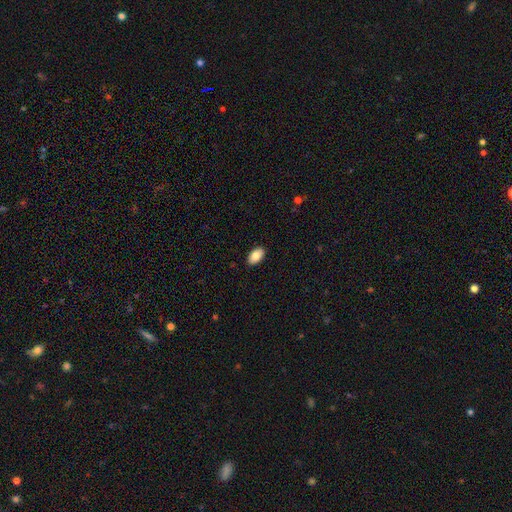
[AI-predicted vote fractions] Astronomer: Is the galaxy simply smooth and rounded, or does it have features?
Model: smooth — 84%.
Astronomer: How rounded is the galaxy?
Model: in between — 95%.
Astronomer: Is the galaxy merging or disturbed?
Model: none — 90%.